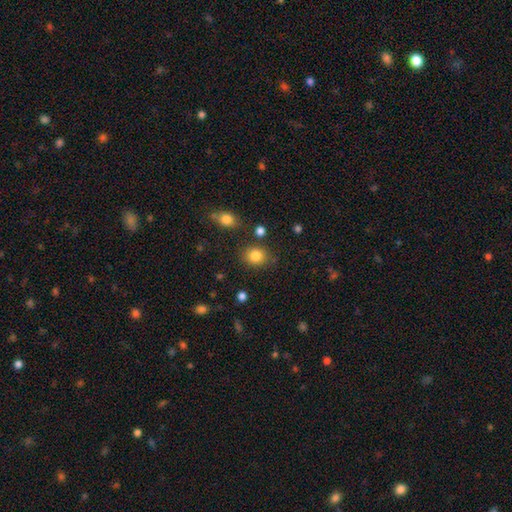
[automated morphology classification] This appears to be a smooth galaxy with no disk features (84%) that is round (69%). Merging: none (81%).